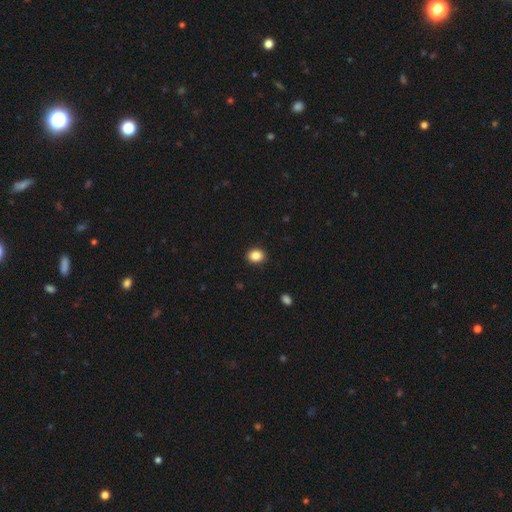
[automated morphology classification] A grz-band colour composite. It shows a smooth galaxy with no disk features (87%) that is round (58%). Merging: none (91%).